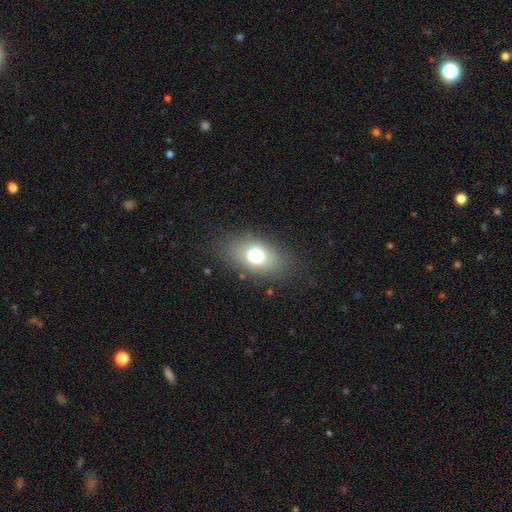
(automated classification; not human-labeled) smooth_or_featured: smooth (p=0.70) [alt: featured or disk p=0.17]
how_rounded: in between (p=0.78) [alt: round p=0.20]
merging: none (p=0.81) [alt: minor disturbance p=0.12]